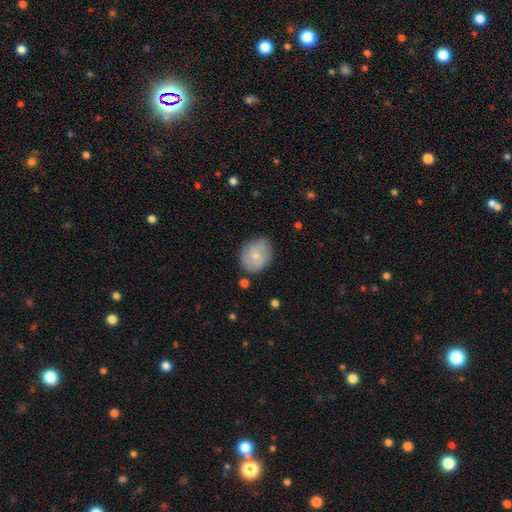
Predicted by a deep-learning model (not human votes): Smooth or featured: smooth — 70% (featured or disk — 23%)
How rounded: in between — 51% (round — 48%)
Merging: none — 75% (minor disturbance — 18%)